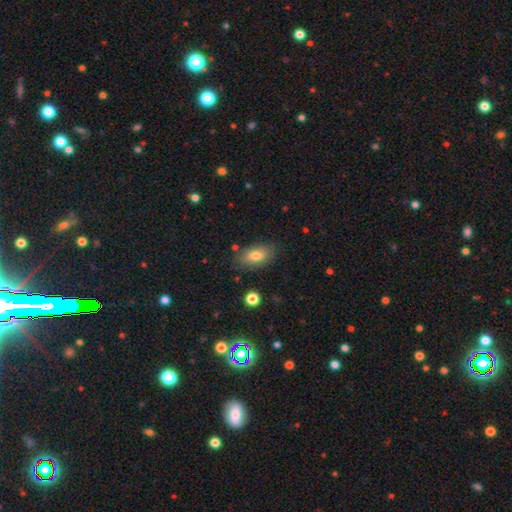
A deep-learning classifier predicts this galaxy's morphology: This is likely a smooth galaxy (78%). How rounded: clearly in between (89%). Merging: clearly none (81%).